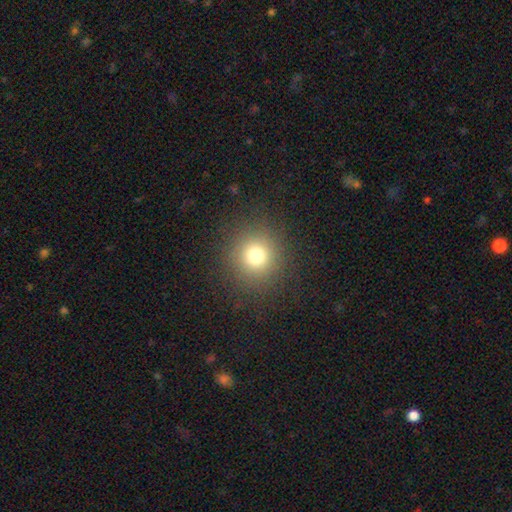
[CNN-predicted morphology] Q: Smooth or featured?
A: smooth (74%); runner-up: star or artifact (17%)
Q: How rounded?
A: round (94%); runner-up: in between (6%)
Q: Merging?
A: none (88%); runner-up: minor disturbance (6%)